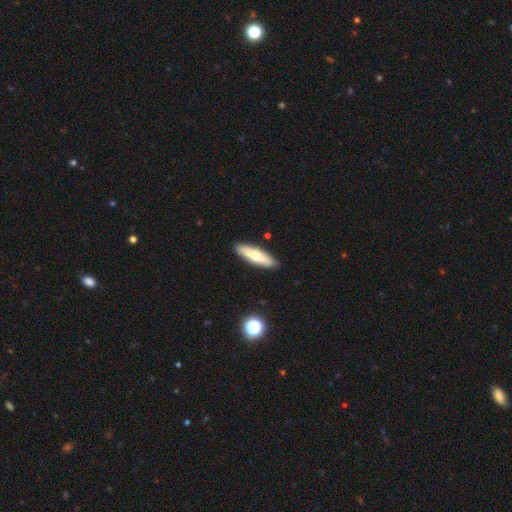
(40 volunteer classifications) Smooth or featured? featured or disk (55%)
Edge-on disk? yes (68%)
Edge-on bulge? rounded (80%)
Merging? none (90%)